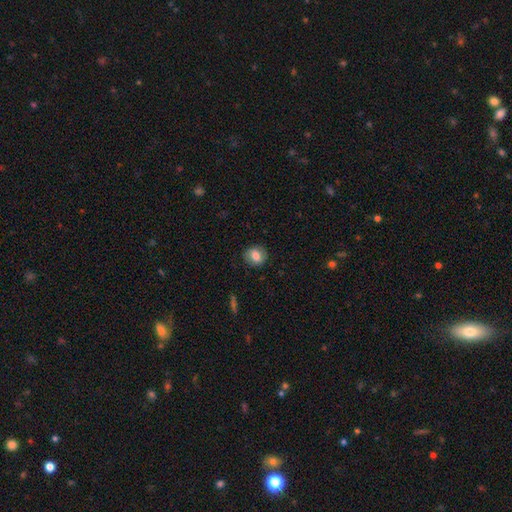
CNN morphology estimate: smooth_or_featured: smooth (p=0.74) [alt: featured or disk p=0.18]
how_rounded: round (p=0.70) [alt: in between p=0.29]
merging: none (p=0.86) [alt: minor disturbance p=0.10]